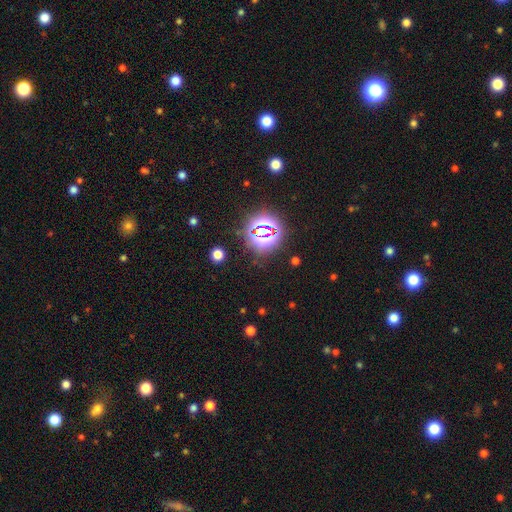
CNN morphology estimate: Overall: star or artifact (79%).